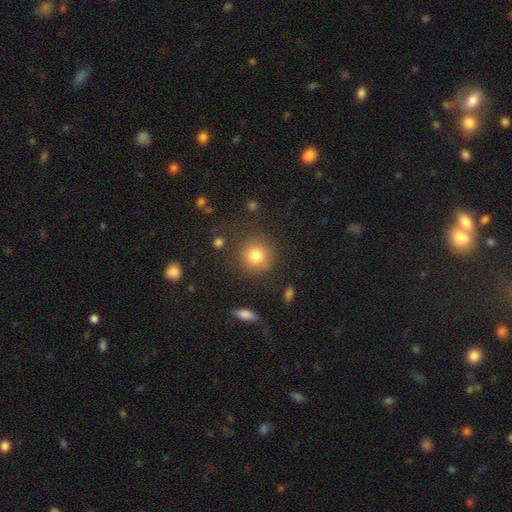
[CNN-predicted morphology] Overall: smooth (82%). How rounded: round (90%). Merging: none (82%).